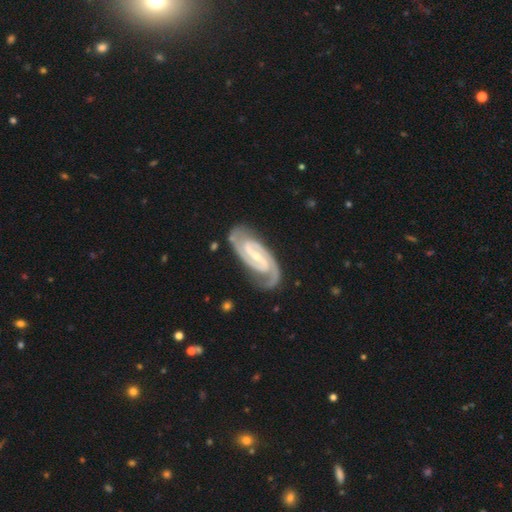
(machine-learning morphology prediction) Q: Smooth or featured?
A: featured or disk (93%); runner-up: star or artifact (4%)
Q: Edge-on disk?
A: no (97%); runner-up: yes (3%)
Q: Bar?
A: strong (48%); runner-up: weak (38%)
Q: Spiral arms?
A: yes (99%); runner-up: no (1%)
Q: Spiral winding?
A: tight (53%); runner-up: medium (41%)
Q: Spiral arm count?
A: 2 (91%); runner-up: 3 (3%)
Q: Bulge size?
A: small (70%); runner-up: moderate (24%)
Q: Merging?
A: none (81%); runner-up: minor disturbance (14%)